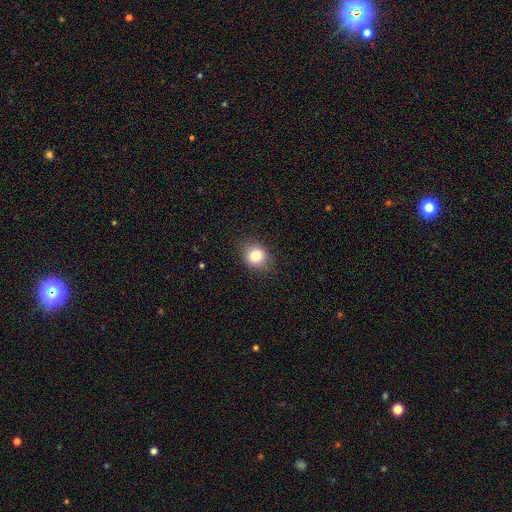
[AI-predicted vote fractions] A smooth galaxy with no disk features (81%) that is round (71%). Merging: none (86%).